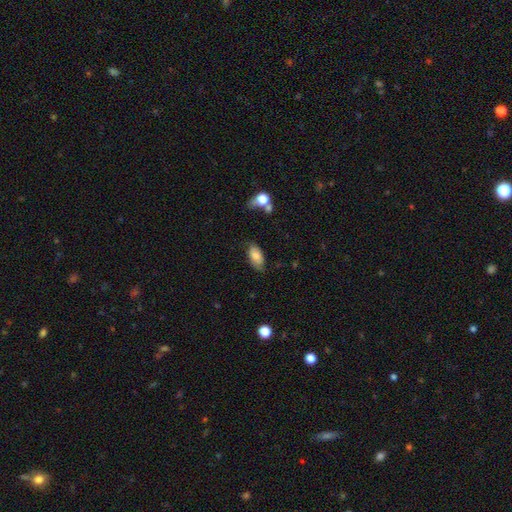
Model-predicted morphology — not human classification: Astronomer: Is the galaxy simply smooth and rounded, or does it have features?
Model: smooth — 71%.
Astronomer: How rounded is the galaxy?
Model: in between — 93%.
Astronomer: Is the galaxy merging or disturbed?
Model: none — 65%.